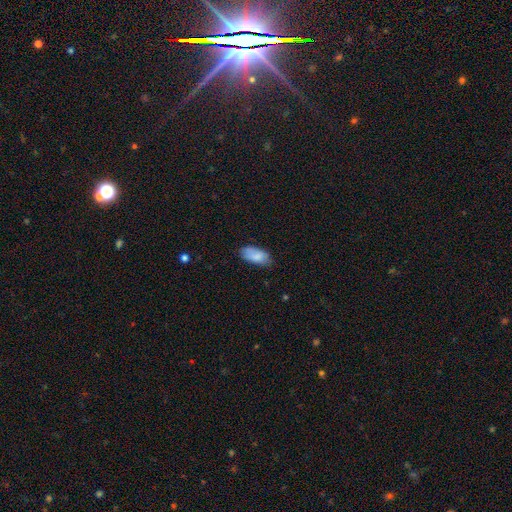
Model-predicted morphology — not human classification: Smooth or featured? Predicted: smooth (p=0.82). How rounded? Predicted: in between (p=0.91). Merging? Predicted: none (p=0.67).